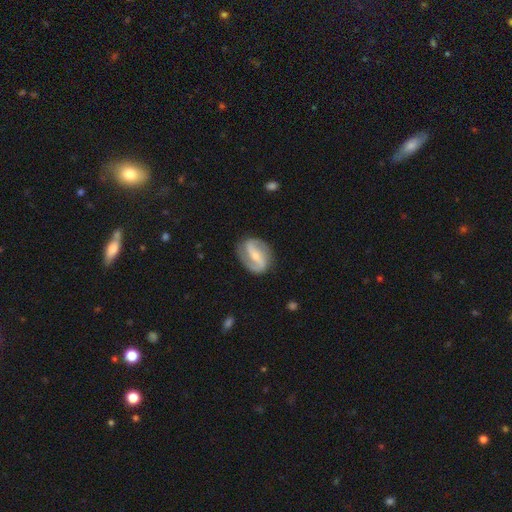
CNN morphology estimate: smooth_or_featured: featured or disk (p=0.83) [alt: smooth p=0.13]
disk_edge_on: no (p=0.97) [alt: yes p=0.03]
bar: strong (p=0.56) [alt: weak p=0.29]
has_spiral_arms: yes (p=0.92) [alt: no p=0.08]
spiral_winding: medium (p=0.44) [alt: loose p=0.29]
spiral_arm_count: 2 (p=0.89) [alt: can't tell p=0.04]
bulge_size: small (p=0.54) [alt: moderate p=0.40]
merging: none (p=0.82) [alt: minor disturbance p=0.12]